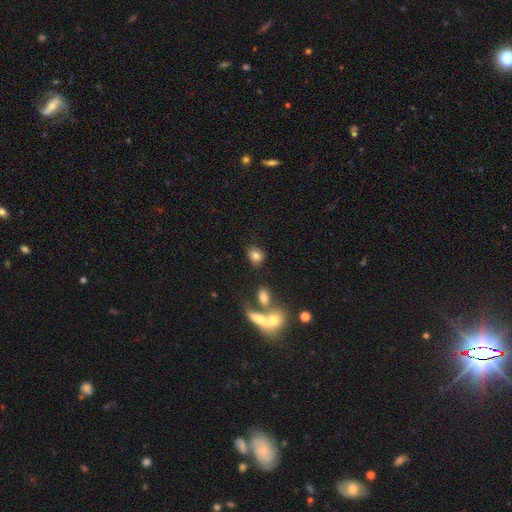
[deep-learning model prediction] A smooth galaxy with no disk features (80%) that is in between round and cigar-shaped (54%). Merging: none (69%).